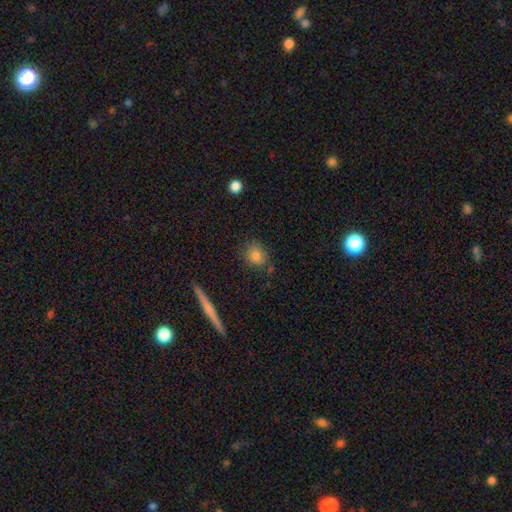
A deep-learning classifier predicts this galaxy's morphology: Smooth or featured?
  - smooth: 82% *
  - star or artifact: 10%
  - featured or disk: 8%
How rounded?
  - round: 79% *
  - in between: 19%
  - cigar-shaped: 2%
Merging?
  - none: 79% *
  - minor disturbance: 14%
  - merger: 4%
  - major disturbance: 3%